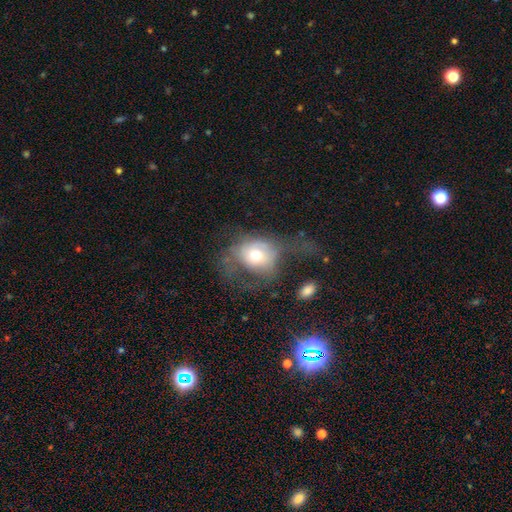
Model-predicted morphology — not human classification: smooth-or-featured: smooth: 55% | featured or disk: 35% | star or artifact: 11%
  how-rounded: round: 57% | in between: 42% | cigar-shaped: 1%
  merging: major disturbance: 55% | none: 21% | minor disturbance: 18% | merger: 6%